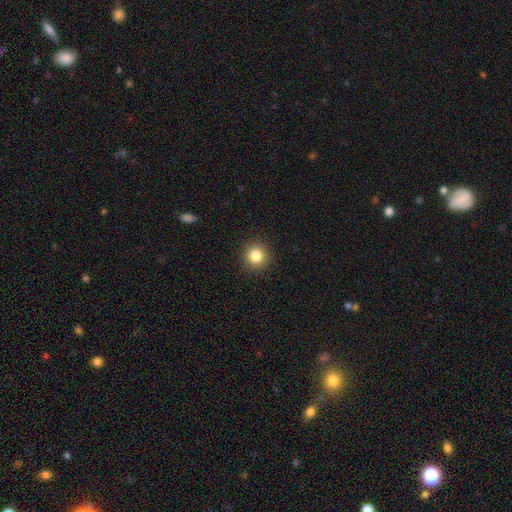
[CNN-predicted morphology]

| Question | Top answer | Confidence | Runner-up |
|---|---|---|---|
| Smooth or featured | smooth | 84% | star or artifact (11%) |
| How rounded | round | 94% | in between (5%) |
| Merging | none | 92% | minor disturbance (5%) |